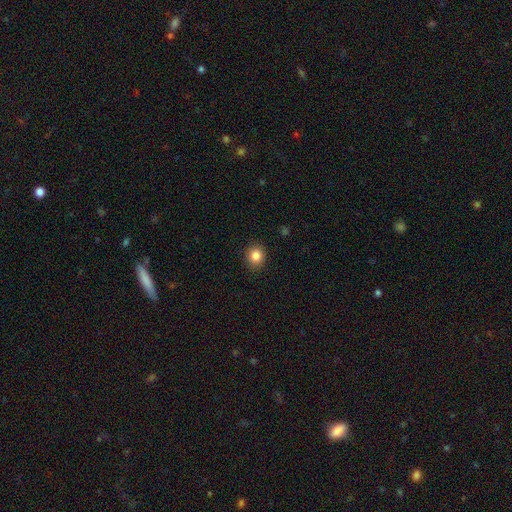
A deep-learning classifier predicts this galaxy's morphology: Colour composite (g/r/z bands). It shows a smooth galaxy with no disk features (85%) that is round (83%). Merging: none (90%).